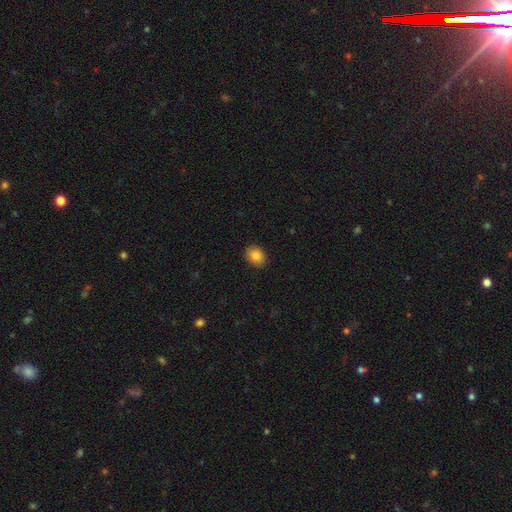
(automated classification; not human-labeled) smooth 84%, star or artifact 9%, featured or disk 7%. Down the decision tree: how rounded — in between (54%); merging — none (89%).